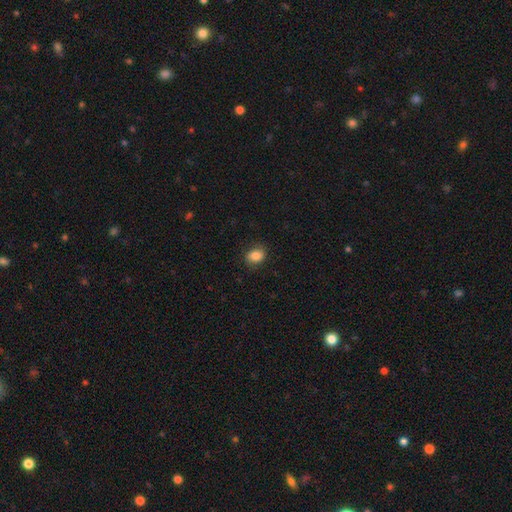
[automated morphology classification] This appears to be a smooth galaxy with no disk features (84%) that is in between round and cigar-shaped (57%). Merging: none (84%).